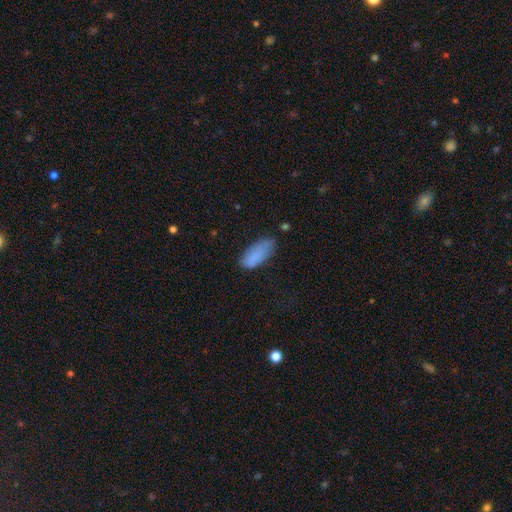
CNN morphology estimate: This appears to be a smooth galaxy with no disk features (84%) that is in between round and cigar-shaped (86%). Merging: none (60%).